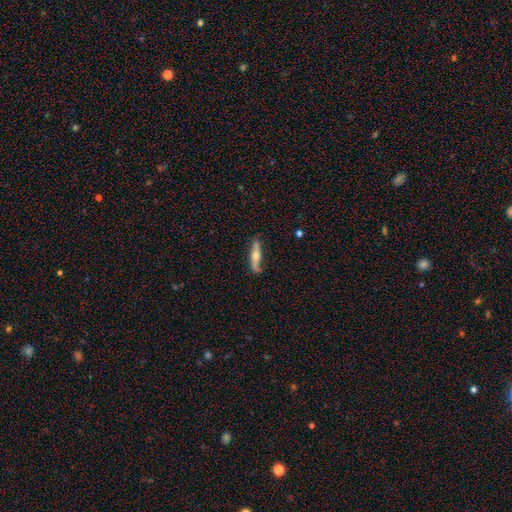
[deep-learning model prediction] A featured or disk galaxy (53%) viewed edge-on (69%).

Vote fractions:
- Smooth or featured? featured or disk: 53% / smooth: 41% / star or artifact: 6%
- Edge-on disk? yes: 69% / no: 31%
- Merging? none: 69% / minor disturbance: 23% / major disturbance: 6% / merger: 2%